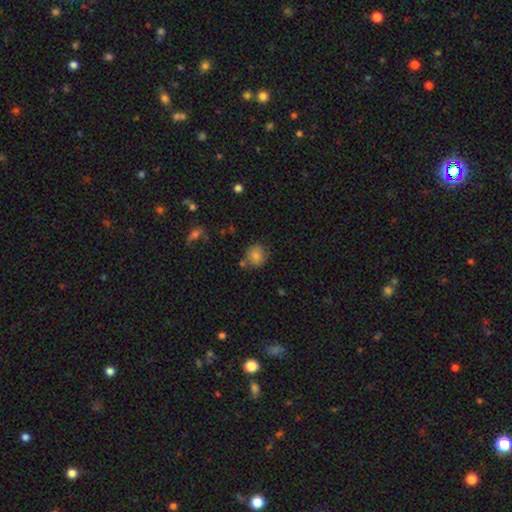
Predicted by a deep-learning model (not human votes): Q: Smooth or featured?
A: smooth (80%); runner-up: star or artifact (10%)
Q: How rounded?
A: round (83%); runner-up: in between (16%)
Q: Merging?
A: none (70%); runner-up: minor disturbance (15%)